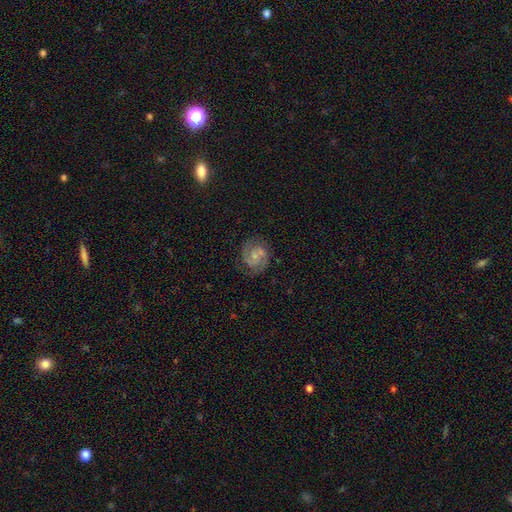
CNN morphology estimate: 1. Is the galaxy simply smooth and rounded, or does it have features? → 81% featured or disk, 12% smooth, 7% star or artifact.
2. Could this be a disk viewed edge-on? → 98% no, 2% yes.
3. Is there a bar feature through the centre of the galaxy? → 61% no, 33% weak, 6% strong.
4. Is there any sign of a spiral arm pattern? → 96% yes, 4% no.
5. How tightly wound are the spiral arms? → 48% medium, 41% tight, 11% loose.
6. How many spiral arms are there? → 82% 2, 7% 3, 6% can't tell, 2% 1, 2% 4, 2% more than 4.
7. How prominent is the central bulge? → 63% small, 23% moderate, 11% none, 2% large, 1% dominant.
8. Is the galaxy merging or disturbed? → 77% none, 15% minor disturbance, 6% major disturbance, 3% merger.